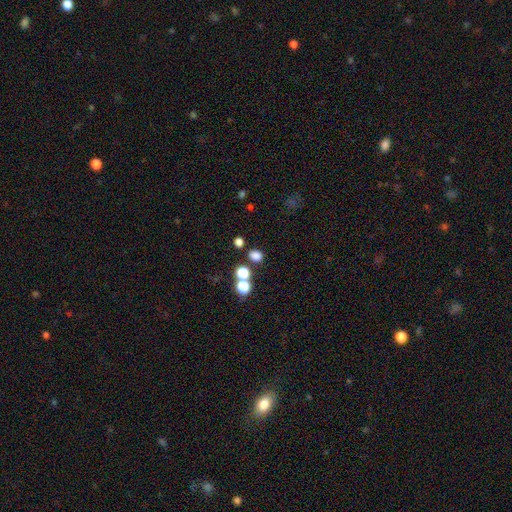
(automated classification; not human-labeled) A smooth galaxy with no disk features (74%) that is round (52%). Merging: none (76%).